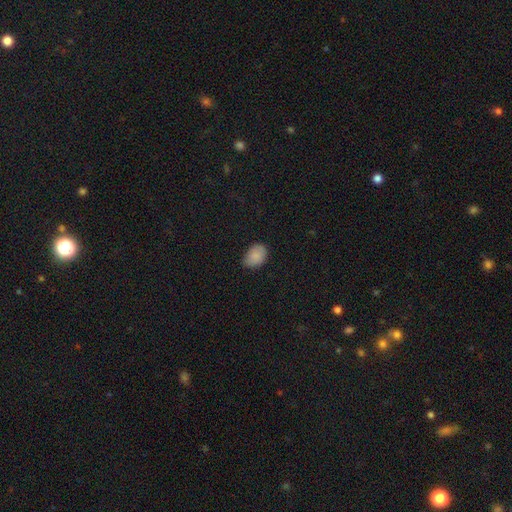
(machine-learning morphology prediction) This appears to be a smooth galaxy with no disk features (86%) that is in between round and cigar-shaped (82%). Merging: none (66%).